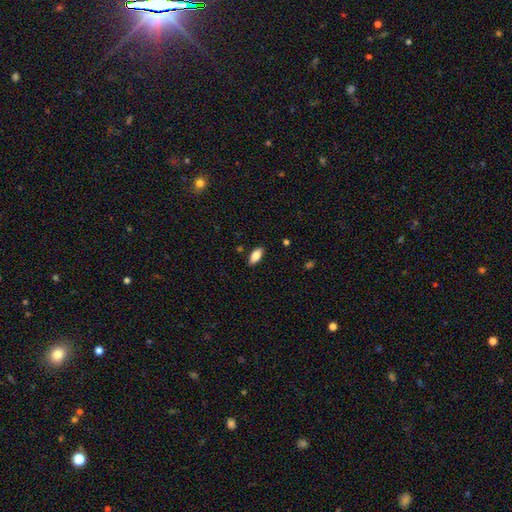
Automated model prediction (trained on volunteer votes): Smooth or featured? smooth (84%)
How rounded? in between (87%)
Merging? none (87%)